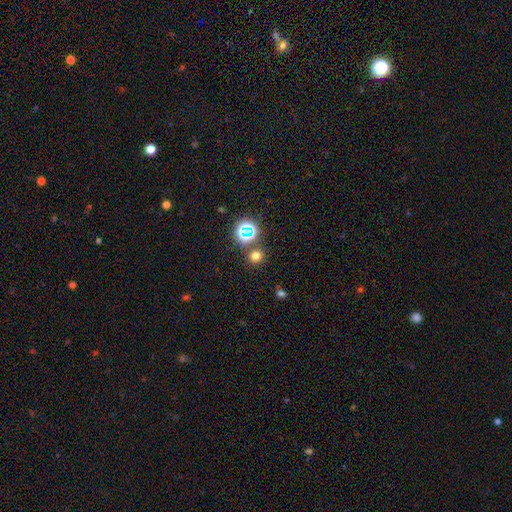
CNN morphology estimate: smooth 67%, star or artifact 27%, featured or disk 6%. Down the decision tree: how rounded — round (85%); merging — none (80%).